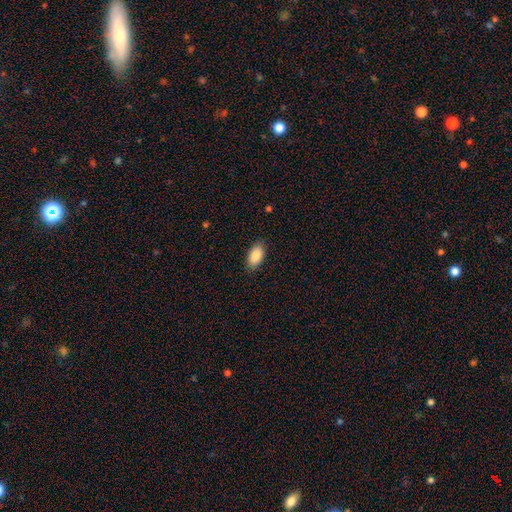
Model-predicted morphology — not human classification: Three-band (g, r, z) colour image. It shows a smooth galaxy with no disk features (90%) that is in between round and cigar-shaped (94%). Merging: none (86%).